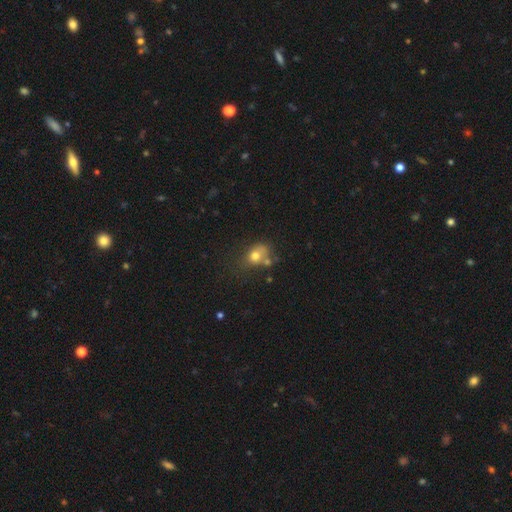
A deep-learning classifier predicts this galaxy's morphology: Overall: smooth (73%). How rounded: in between (54%; round 45%). Merging: none (45%; minor disturbance 24%).